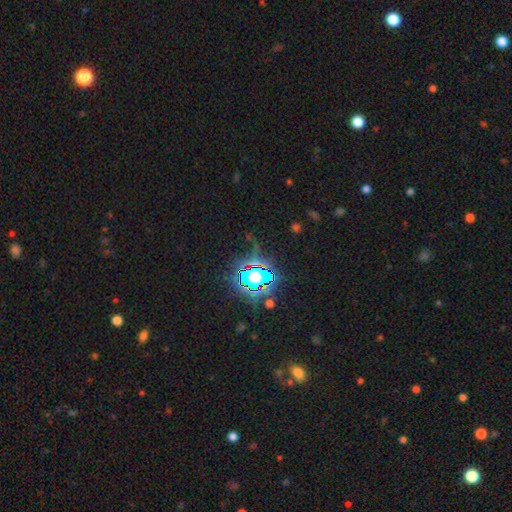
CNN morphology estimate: Smooth or featured?
  - star or artifact: 83% *
  - smooth: 10%
  - featured or disk: 7%